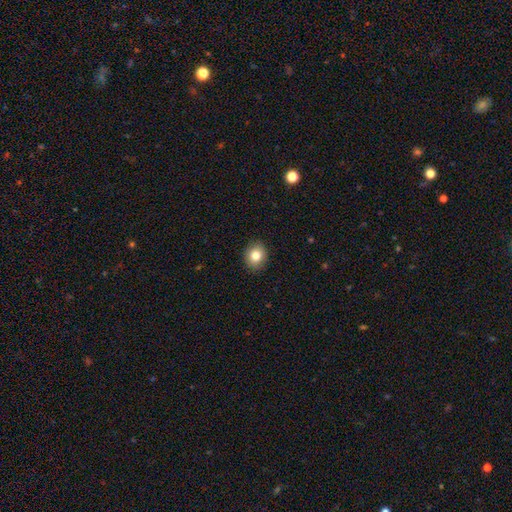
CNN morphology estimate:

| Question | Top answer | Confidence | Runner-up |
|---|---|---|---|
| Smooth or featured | smooth | 82% | star or artifact (9%) |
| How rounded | round | 61% | in between (39%) |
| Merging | none | 90% | minor disturbance (7%) |